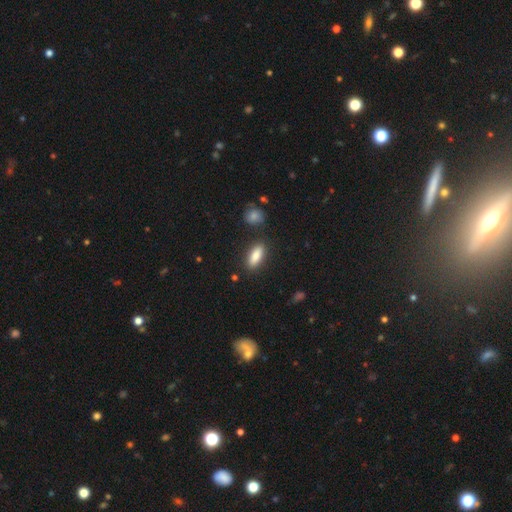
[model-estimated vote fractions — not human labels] Morphology: type=smooth (85%); roundness=in between (76%); merging=none (84%).